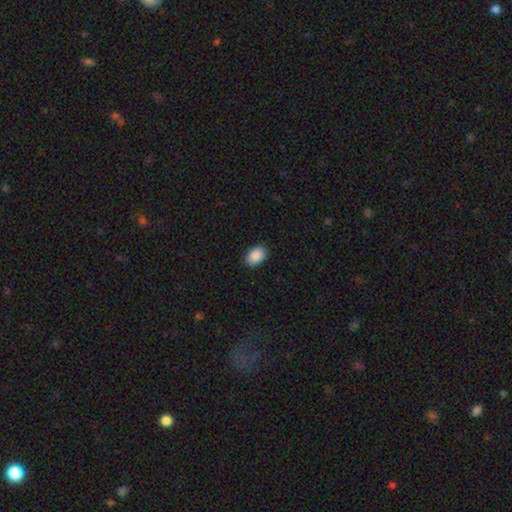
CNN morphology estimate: Smooth or featured: smooth — 90% (star or artifact — 7%)
How rounded: in between — 86% (round — 13%)
Merging: none — 89% (minor disturbance — 8%)